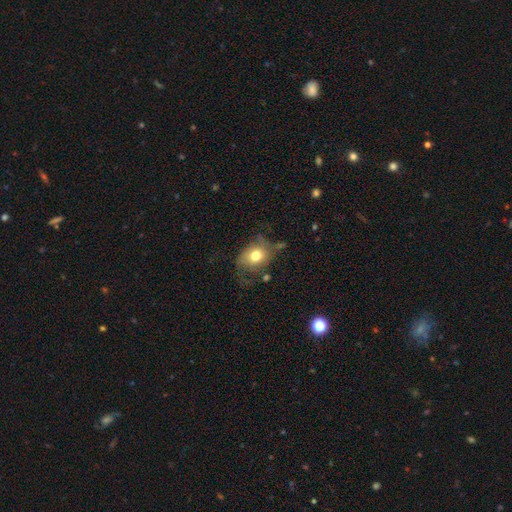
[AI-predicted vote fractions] Overall: smooth (65%; featured or disk 26%). How rounded: round (50%; in between 49%). Merging: none (43%; minor disturbance 29%).